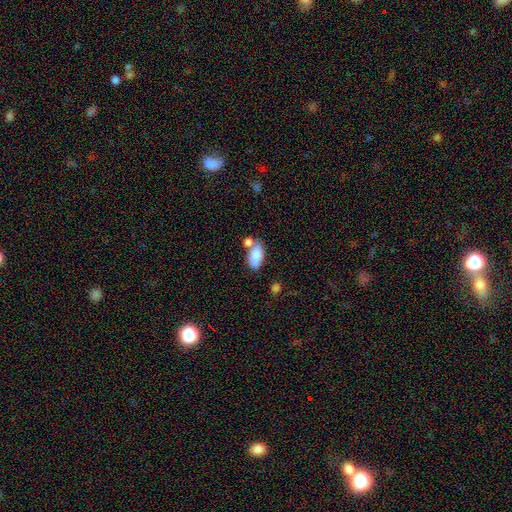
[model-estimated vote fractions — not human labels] The model was most divided on "merging": none: 47%, merger: 31%, minor disturbance: 17%, major disturbance: 6%. More confident: how rounded — in between (92%); smooth or featured — smooth (81%).